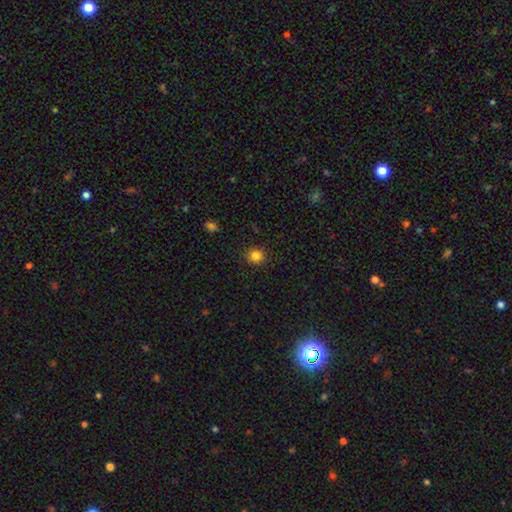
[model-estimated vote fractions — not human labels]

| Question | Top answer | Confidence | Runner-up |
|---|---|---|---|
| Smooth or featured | smooth | 83% | star or artifact (12%) |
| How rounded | round | 88% | in between (11%) |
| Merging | none | 91% | minor disturbance (6%) |